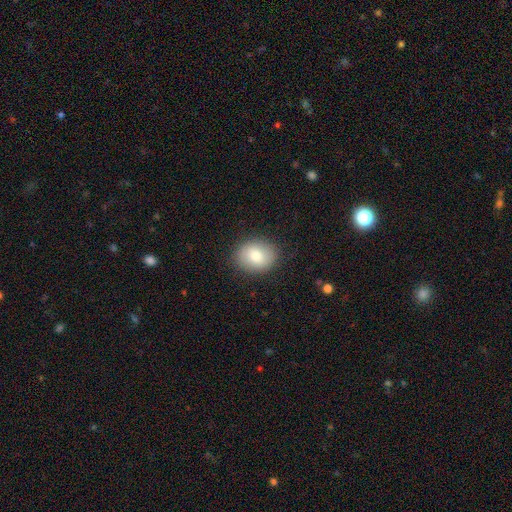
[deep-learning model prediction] Q: Smooth or featured?
A: smooth (81%); runner-up: featured or disk (12%)
Q: How rounded?
A: round (53%); runner-up: in between (46%)
Q: Merging?
A: none (87%); runner-up: minor disturbance (9%)